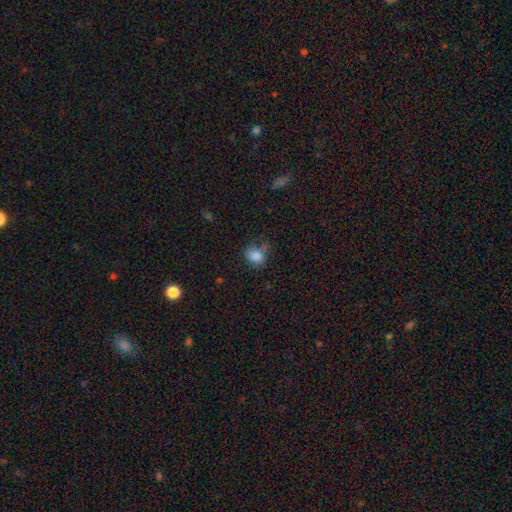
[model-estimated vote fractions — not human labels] Smooth or featured? Predicted: smooth (p=0.82). How rounded? Predicted: in between (p=0.52). Merging? Predicted: none (p=0.55).